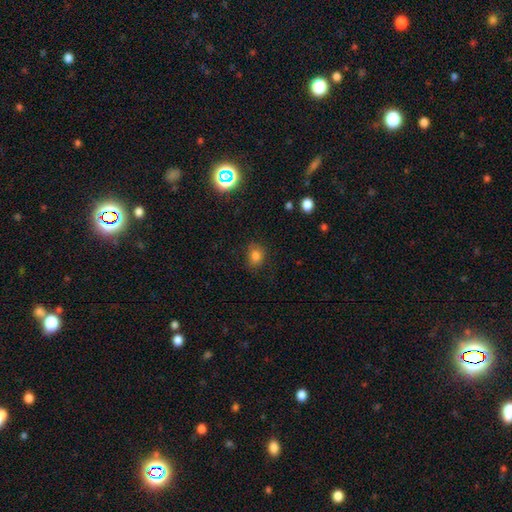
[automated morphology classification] The model was most divided on "how rounded": round: 56%, in between: 43%, cigar-shaped: 1%. More confident: smooth or featured — smooth (81%); merging — none (80%).